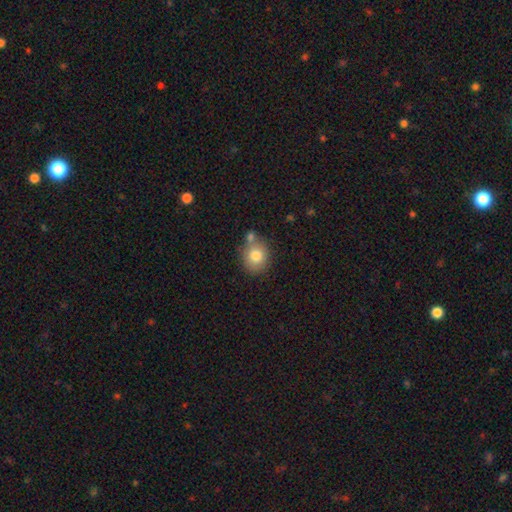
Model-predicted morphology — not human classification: This appears to be a smooth galaxy with no disk features (79%) that is round (75%). Merging: none (63%).